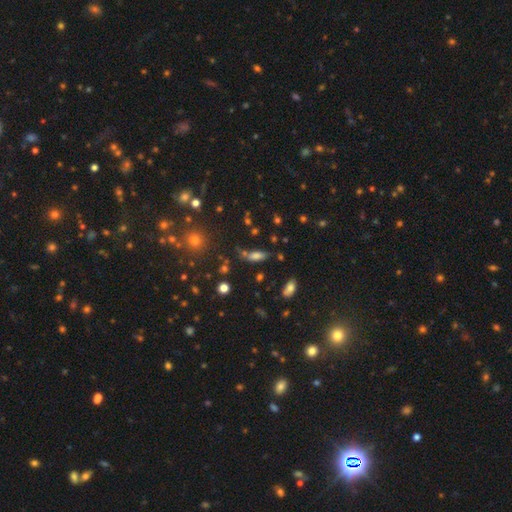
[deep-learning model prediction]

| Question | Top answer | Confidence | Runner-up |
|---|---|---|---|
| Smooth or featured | smooth | 71% | star or artifact (16%) |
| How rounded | in between | 69% | cigar-shaped (26%) |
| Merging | none | 59% | minor disturbance (19%) |